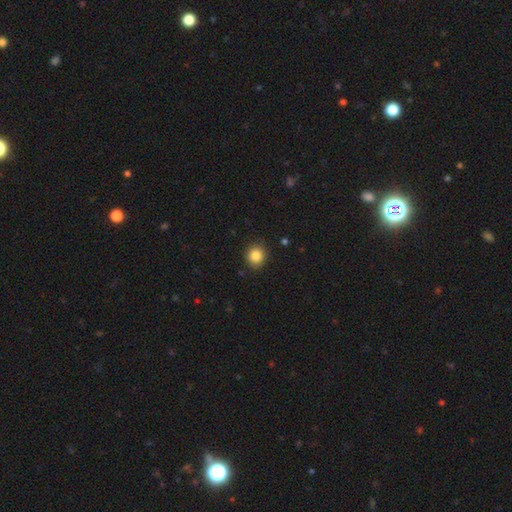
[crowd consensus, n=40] Smooth or featured? smooth (90%)
How rounded? round (97%)
Merging? none (100%)